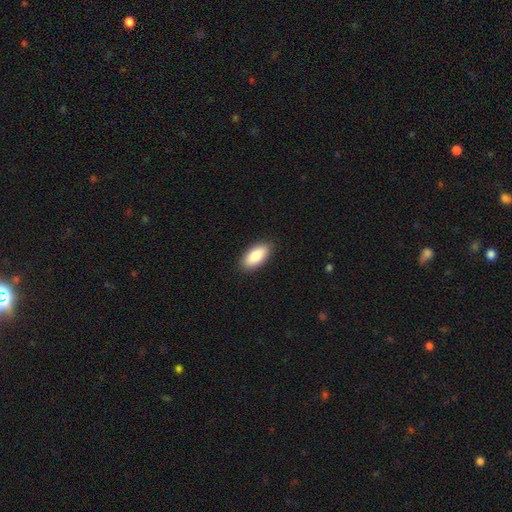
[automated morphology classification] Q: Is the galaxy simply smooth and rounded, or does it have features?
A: smooth — 86%.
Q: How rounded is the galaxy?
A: in between — 91%.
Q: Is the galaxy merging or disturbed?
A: none — 89%.